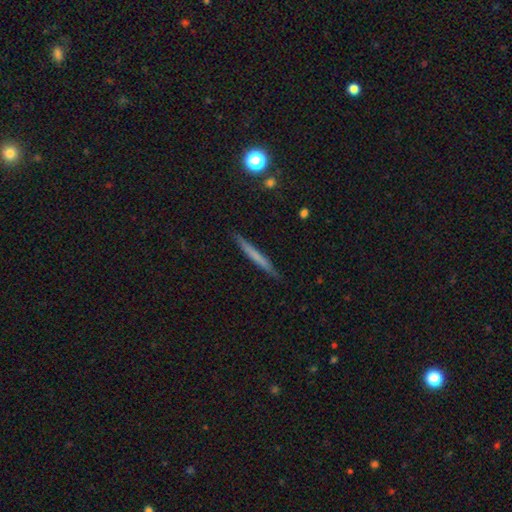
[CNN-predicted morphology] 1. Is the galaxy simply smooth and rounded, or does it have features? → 59% smooth, 35% featured or disk, 7% star or artifact.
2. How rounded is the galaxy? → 96% cigar-shaped, 2% in between, 2% round.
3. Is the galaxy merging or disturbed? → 89% none, 8% minor disturbance, 2% major disturbance, 1% merger.